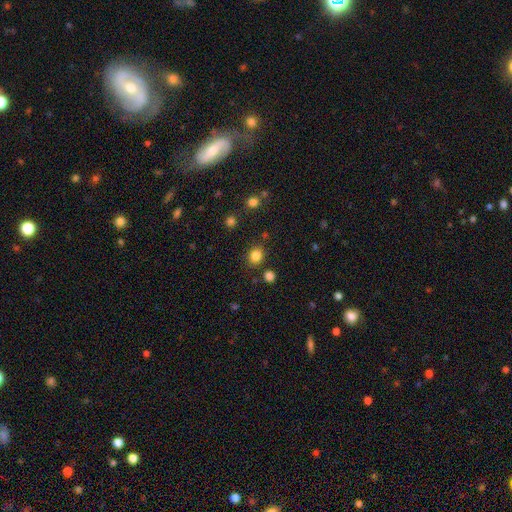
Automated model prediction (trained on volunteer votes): smooth_or_featured: smooth (p=0.84) [alt: star or artifact p=0.12]
how_rounded: round (p=0.72) [alt: in between p=0.27]
merging: none (p=0.84) [alt: minor disturbance p=0.09]